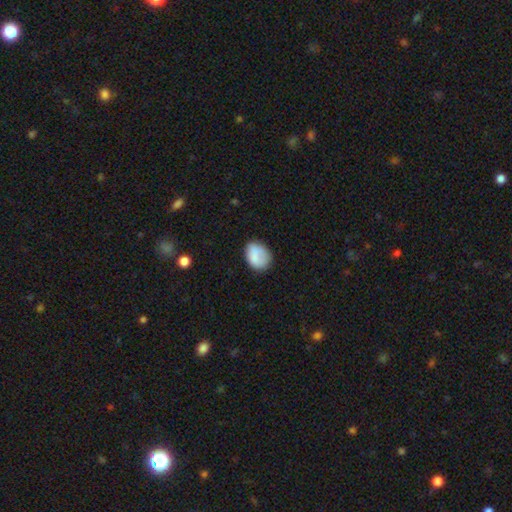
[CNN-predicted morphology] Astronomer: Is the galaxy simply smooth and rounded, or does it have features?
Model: smooth — 80%.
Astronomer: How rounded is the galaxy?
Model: in between — 57% (runner-up: round, 42%).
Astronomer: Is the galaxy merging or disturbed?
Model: none — 64%.